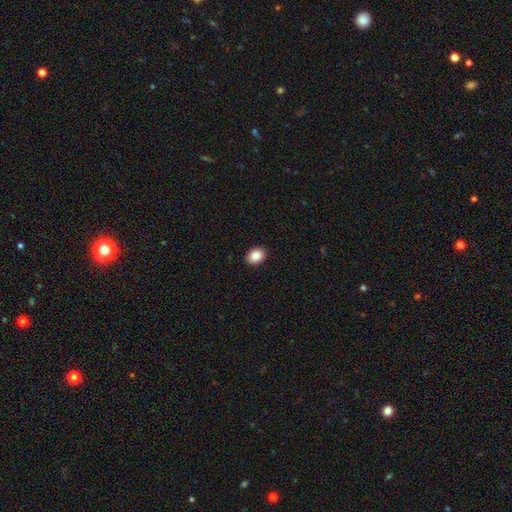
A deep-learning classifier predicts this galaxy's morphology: Smooth or featured?
  - smooth: 86% *
  - star or artifact: 9%
  - featured or disk: 6%
How rounded?
  - in between: 61% *
  - round: 38%
  - cigar-shaped: 1%
Merging?
  - none: 92% *
  - minor disturbance: 6%
  - major disturbance: 2%
  - merger: 1%